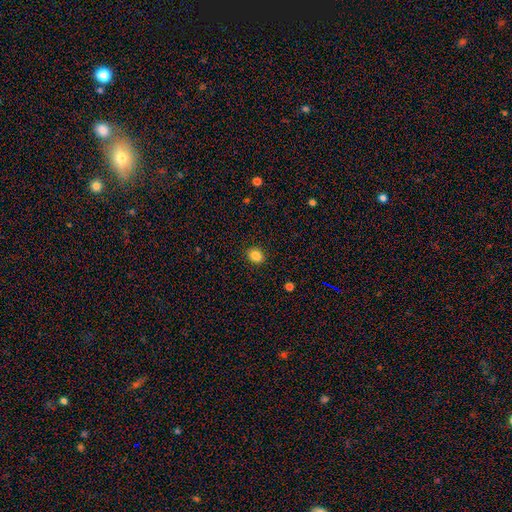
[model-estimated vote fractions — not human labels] A smooth galaxy with no disk features (86%) that is round (51%).

Vote fractions:
- Smooth or featured? smooth: 86% / star or artifact: 10% / featured or disk: 4%
- How rounded? round: 51% / in between: 48% / cigar-shaped: 1%
- Merging? none: 89% / minor disturbance: 8% / major disturbance: 2% / merger: 1%